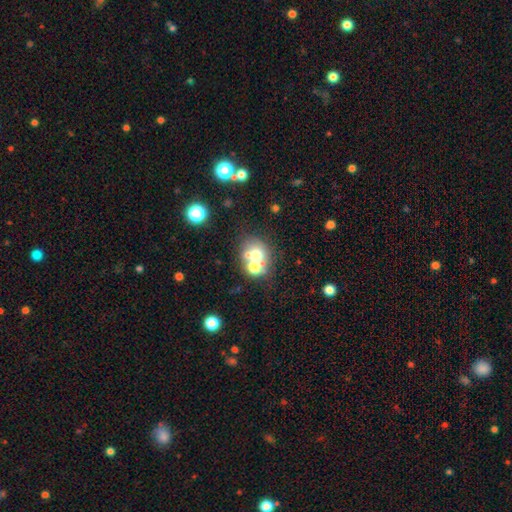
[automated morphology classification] Q: Smooth or featured?
A: smooth (59%); runner-up: featured or disk (24%)
Q: How rounded?
A: round (72%); runner-up: in between (27%)
Q: Merging?
A: merger (44%); runner-up: none (42%)